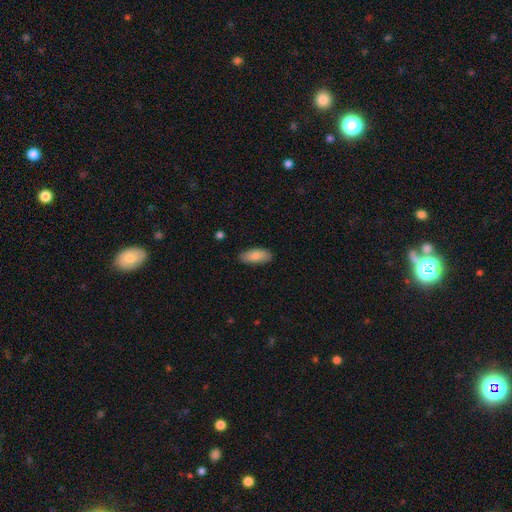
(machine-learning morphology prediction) smooth-or-featured: smooth: 85% | featured or disk: 9% | star or artifact: 6%
  how-rounded: in between: 84% | cigar-shaped: 14% | round: 2%
  merging: none: 86% | minor disturbance: 11% | major disturbance: 2% | merger: 1%